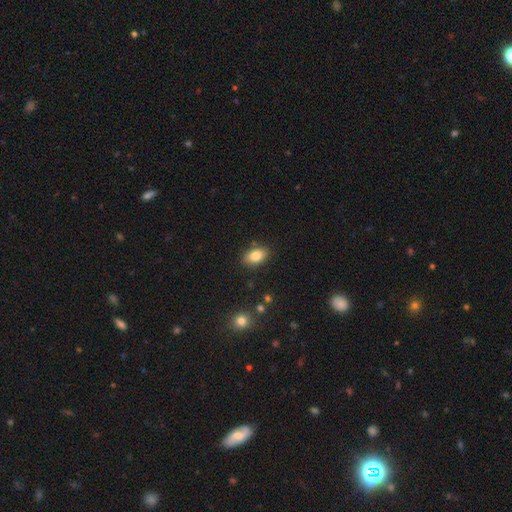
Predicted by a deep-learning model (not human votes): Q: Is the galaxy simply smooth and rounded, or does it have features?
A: smooth — 83%.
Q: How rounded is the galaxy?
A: in between — 90%.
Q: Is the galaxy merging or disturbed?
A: none — 85%.